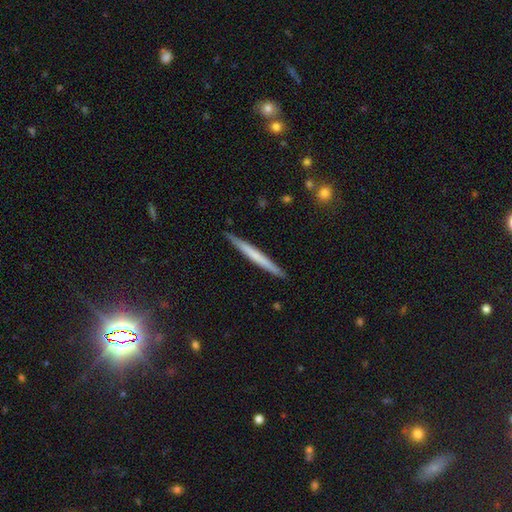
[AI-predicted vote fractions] Smooth or featured? Predicted: smooth (p=0.54). How rounded? Predicted: cigar-shaped (p=0.97). Merging? Predicted: none (p=0.91).